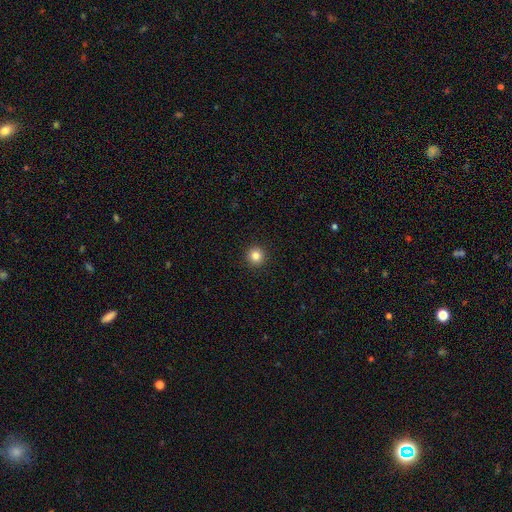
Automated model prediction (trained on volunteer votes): Smooth or featured?
  - smooth: 84% *
  - star or artifact: 11%
  - featured or disk: 5%
How rounded?
  - round: 96% *
  - in between: 3%
  - cigar-shaped: 1%
Merging?
  - none: 93% *
  - minor disturbance: 4%
  - major disturbance: 2%
  - merger: 1%